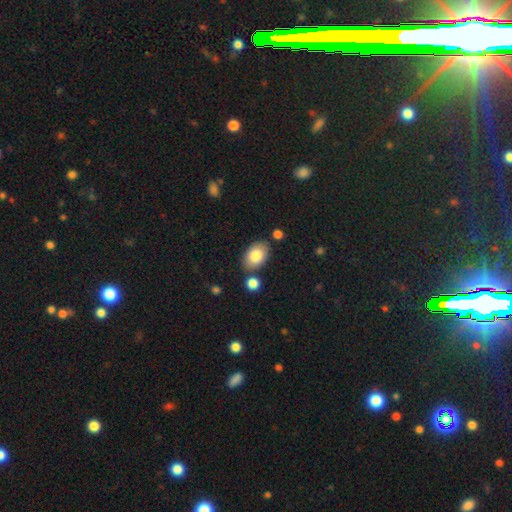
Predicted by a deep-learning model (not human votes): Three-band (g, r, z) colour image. It shows a smooth galaxy with no disk features (83%) that is in between round and cigar-shaped (88%). Merging: none (78%).